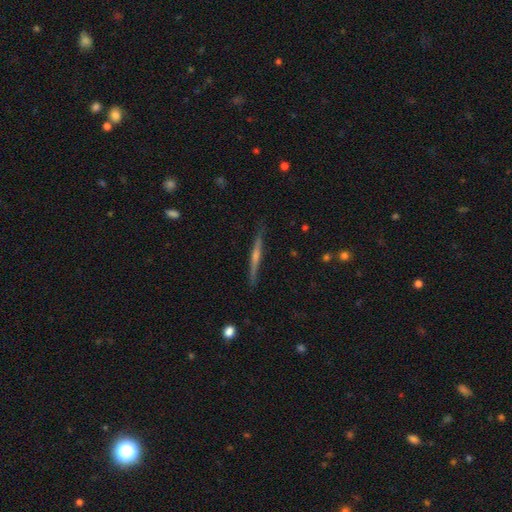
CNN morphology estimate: featured or disk 67%, smooth 22%, star or artifact 10%. Down the decision tree: edge-on disk — yes (96%); edge-on bulge — rounded (77%); merging — none (87%).